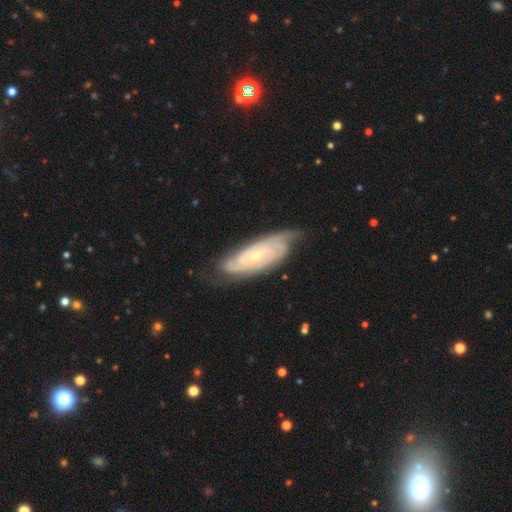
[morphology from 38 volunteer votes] type=featured or disk (79%); edge-on=no (80%); bar=weak (62%); spiral arms=yes (96%); winding=tight (70%); arm count=2 (35%); bulge=small (50%); merging=none (66%).